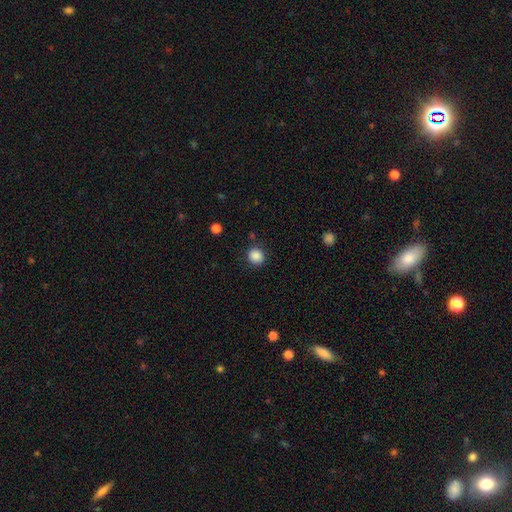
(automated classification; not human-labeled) Smooth or featured?
  - smooth: 87% *
  - star or artifact: 10%
  - featured or disk: 3%
How rounded?
  - round: 83% *
  - in between: 16%
  - cigar-shaped: 1%
Merging?
  - none: 85% *
  - minor disturbance: 10%
  - major disturbance: 3%
  - merger: 2%